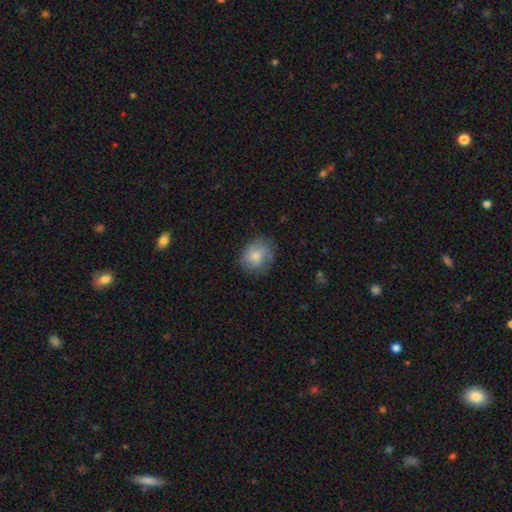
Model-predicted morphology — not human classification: Overall: smooth (74%). How rounded: round (62%; in between 37%). Merging: none (72%).